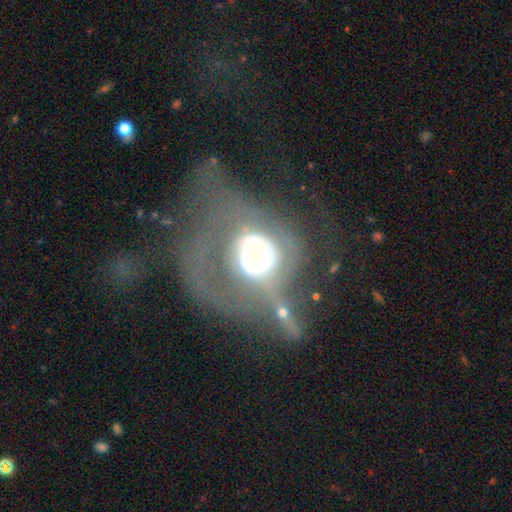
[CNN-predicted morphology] Smooth or featured?
  - featured or disk: 65% *
  - smooth: 25%
  - star or artifact: 9%
Edge-on disk?
  - no: 95% *
  - yes: 5%
Bar?
  - no: 84% *
  - weak: 11%
  - strong: 5%
Spiral arms?
  - no: 60% *
  - yes: 40%
Bulge size?
  - moderate: 60% *
  - large: 19%
  - small: 16%
  - dominant: 4%
  - none: 1%
Merging?
  - major disturbance: 55% *
  - none: 21%
  - merger: 12%
  - minor disturbance: 12%